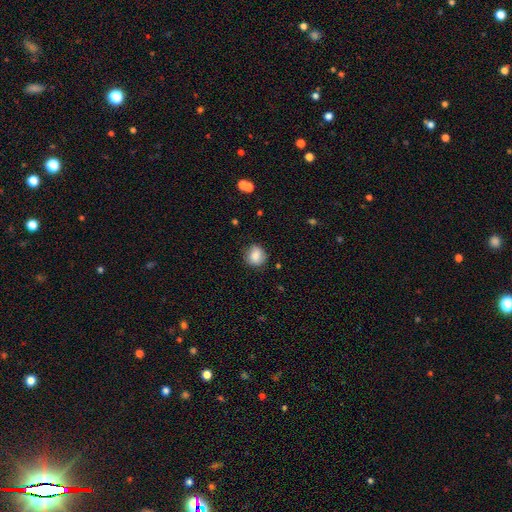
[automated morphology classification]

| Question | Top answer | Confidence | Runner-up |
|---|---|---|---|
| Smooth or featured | smooth | 82% | featured or disk (9%) |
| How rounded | round | 78% | in between (21%) |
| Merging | none | 78% | minor disturbance (17%) |